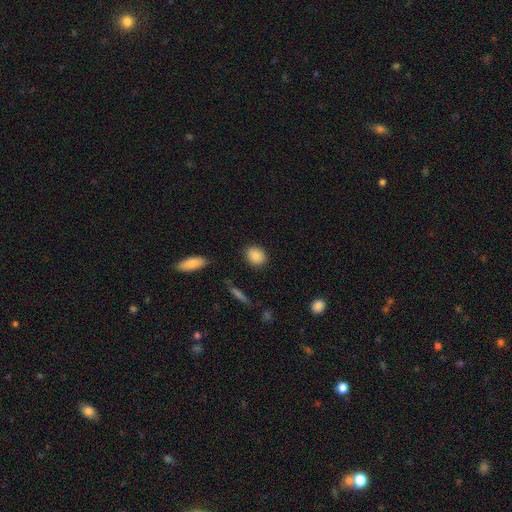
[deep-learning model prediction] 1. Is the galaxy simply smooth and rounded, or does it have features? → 87% smooth, 8% star or artifact, 5% featured or disk.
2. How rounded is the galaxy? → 57% round, 41% in between, 2% cigar-shaped.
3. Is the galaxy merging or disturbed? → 88% none, 8% minor disturbance, 2% major disturbance, 2% merger.